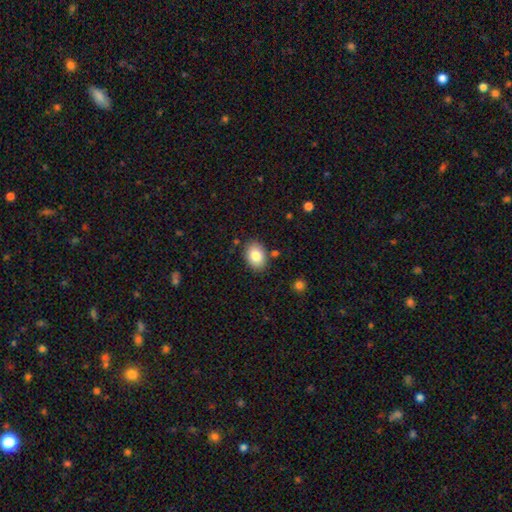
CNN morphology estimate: A smooth galaxy with no disk features (83%) that is in between round and cigar-shaped (78%).

Vote fractions:
- Smooth or featured? smooth: 83% / featured or disk: 9% / star or artifact: 8%
- How rounded? in between: 78% / round: 21% / cigar-shaped: 1%
- Merging? none: 85% / minor disturbance: 10% / merger: 3% / major disturbance: 2%